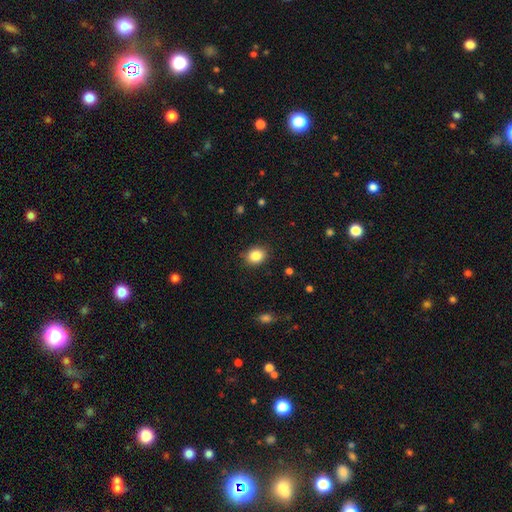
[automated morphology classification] Smooth or featured: smooth — 85% (star or artifact — 10%)
How rounded: round — 59% (in between — 40%)
Merging: none — 87% (minor disturbance — 9%)